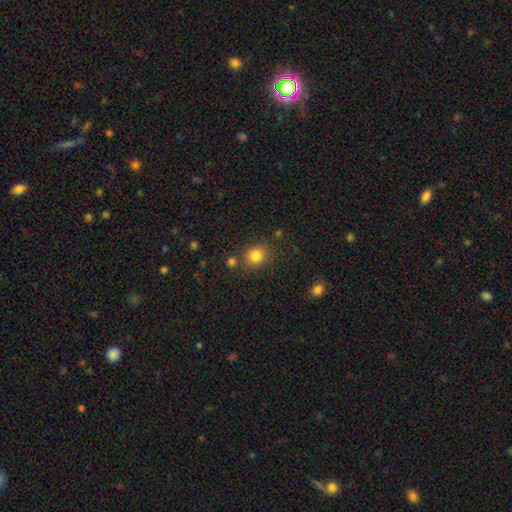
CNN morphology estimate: smooth_or_featured: smooth (p=0.83) [alt: star or artifact p=0.12]
how_rounded: round (p=0.84) [alt: in between p=0.15]
merging: none (p=0.77) [alt: minor disturbance p=0.10]